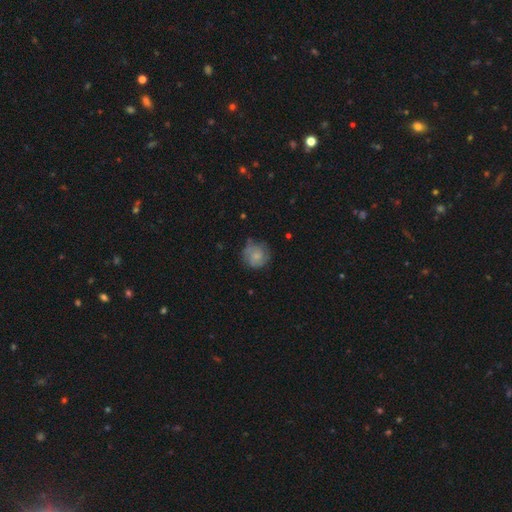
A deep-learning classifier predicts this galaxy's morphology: This appears to be a smooth galaxy with no disk features (51%) that is round (88%). Merging: none (68%).